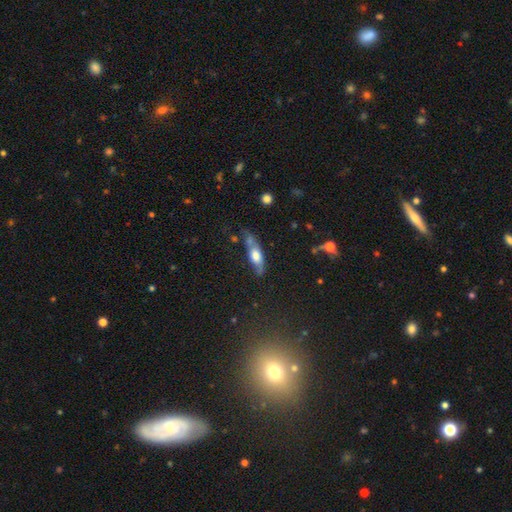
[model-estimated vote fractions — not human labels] This is possibly a smooth galaxy (51%). How rounded: possibly in between (52%). Merging: possibly none (53%).